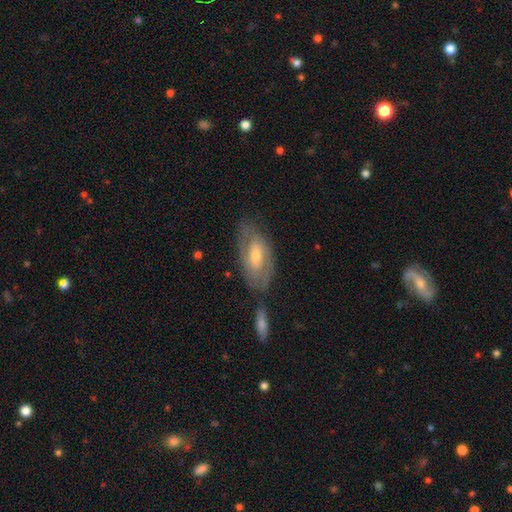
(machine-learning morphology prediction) This is likely a featured or disk galaxy (68%). It is clearly not viewed edge-on (92%). Bar: possibly no (46%). Spiral arm pattern: likely yes (79%). Central bulge: possibly small (52%). Merging: likely none (70%).